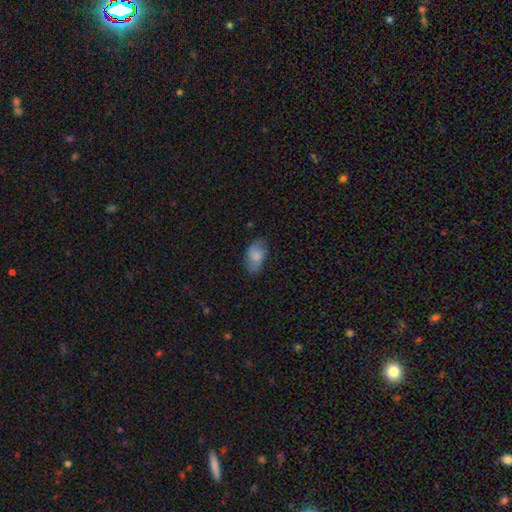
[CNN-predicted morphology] Smooth or featured?
  - smooth: 71% *
  - featured or disk: 21%
  - star or artifact: 8%
How rounded?
  - in between: 92% *
  - round: 6%
  - cigar-shaped: 3%
Merging?
  - none: 68% *
  - minor disturbance: 24%
  - major disturbance: 7%
  - merger: 1%